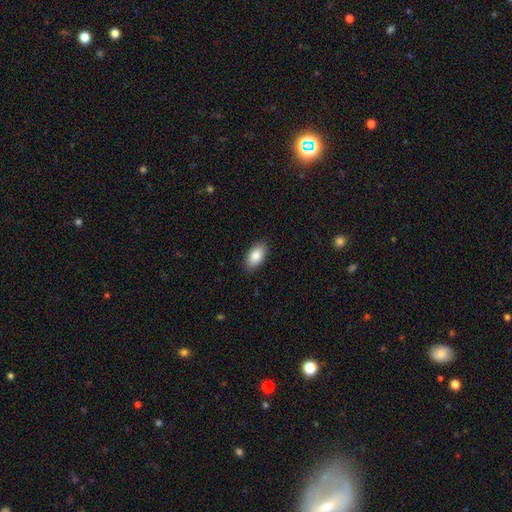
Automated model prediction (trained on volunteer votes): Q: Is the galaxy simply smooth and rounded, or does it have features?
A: smooth — 86%.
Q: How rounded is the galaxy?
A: in between — 94%.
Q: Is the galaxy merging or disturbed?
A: none — 88%.